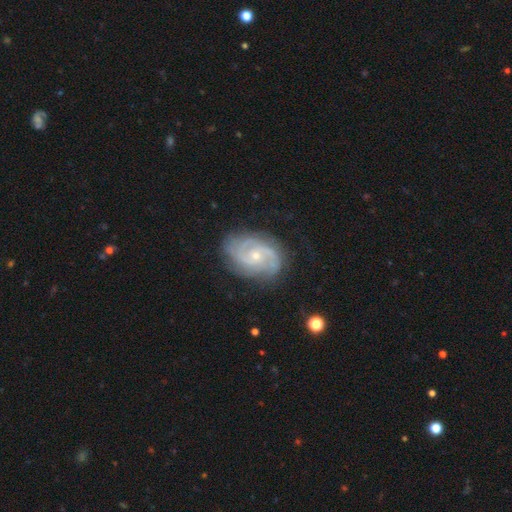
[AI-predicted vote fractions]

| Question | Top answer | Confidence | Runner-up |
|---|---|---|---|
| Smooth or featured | featured or disk | 87% | smooth (7%) |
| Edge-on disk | no | 97% | yes (3%) |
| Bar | no | 65% | weak (29%) |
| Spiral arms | yes | 97% | no (3%) |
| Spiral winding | tight | 49% | medium (42%) |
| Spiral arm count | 2 | 49% | 3 (23%) |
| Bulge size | small | 68% | moderate (29%) |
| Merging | none | 79% | minor disturbance (15%) |